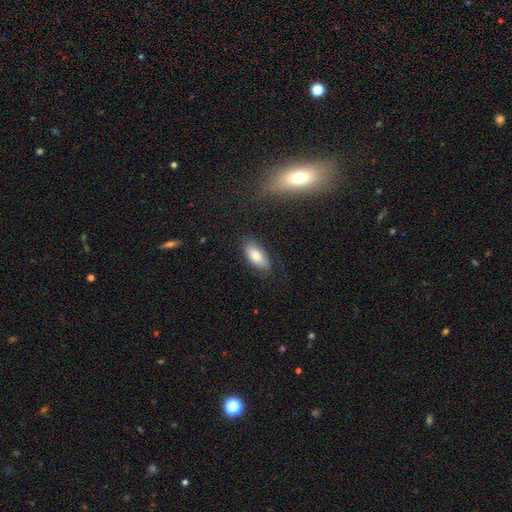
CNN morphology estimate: This appears to be a smooth galaxy with no disk features (74%) that is in between round and cigar-shaped (89%). Merging: none (77%).